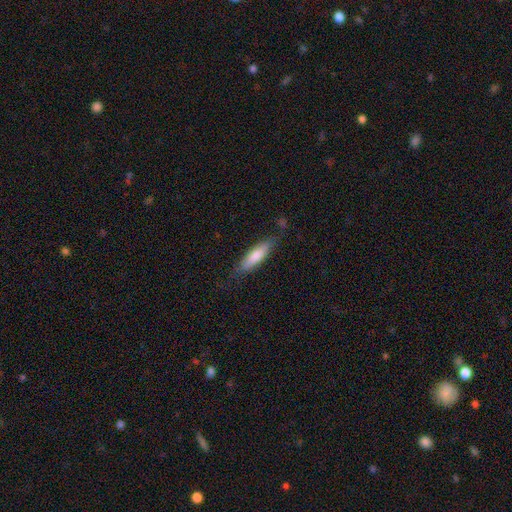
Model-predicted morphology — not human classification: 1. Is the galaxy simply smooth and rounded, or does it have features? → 71% smooth, 22% featured or disk, 6% star or artifact.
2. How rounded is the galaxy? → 66% cigar-shaped, 32% in between, 1% round.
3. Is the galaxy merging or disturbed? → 77% none, 17% minor disturbance, 4% major disturbance, 2% merger.